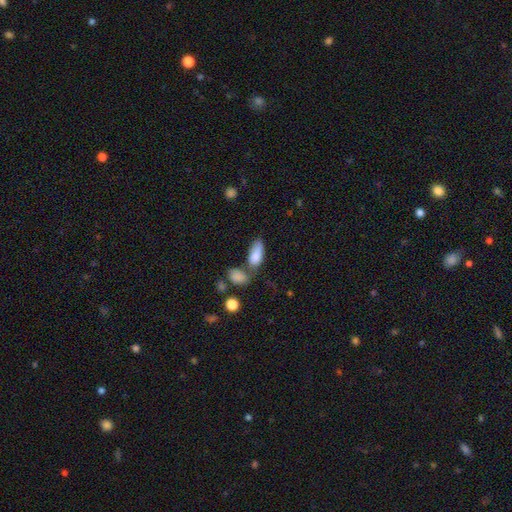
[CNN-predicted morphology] Smooth or featured? smooth (84%)
How rounded? in between (84%)
Merging? none (41%)